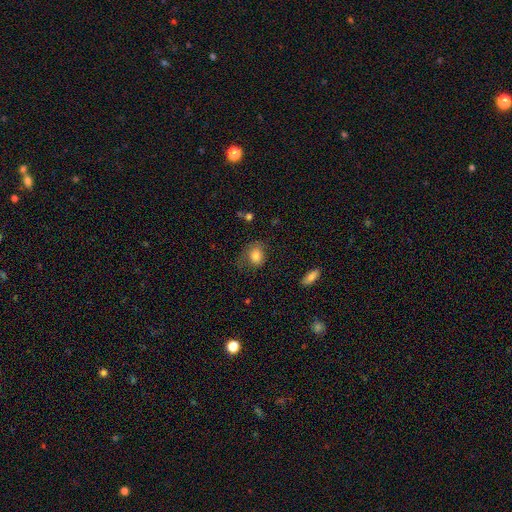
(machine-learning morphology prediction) A smooth galaxy with no disk features (79%) that is round (52%). Merging: none (53%).